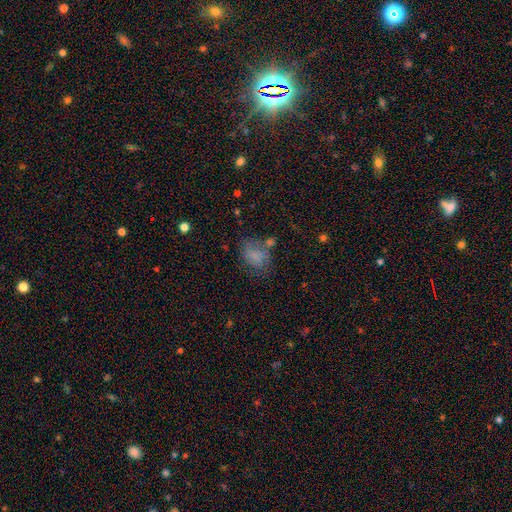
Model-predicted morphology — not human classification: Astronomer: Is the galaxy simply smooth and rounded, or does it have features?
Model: smooth — 70%.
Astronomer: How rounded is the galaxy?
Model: in between — 71%.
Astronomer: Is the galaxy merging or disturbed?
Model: none — 47% (runner-up: minor disturbance, 25%).